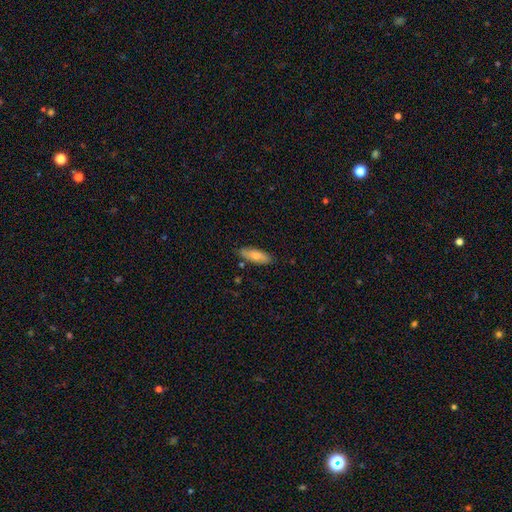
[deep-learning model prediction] Morphology: type=smooth (77%); roundness=in between (64%); merging=none (81%).